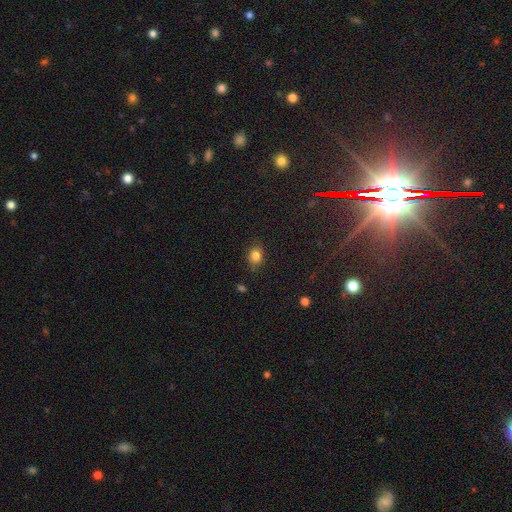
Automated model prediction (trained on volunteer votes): Morphology: type=smooth (83%); roundness=round (53%); merging=none (79%).